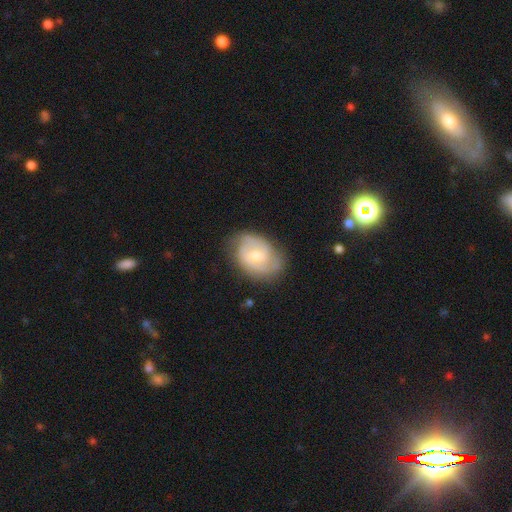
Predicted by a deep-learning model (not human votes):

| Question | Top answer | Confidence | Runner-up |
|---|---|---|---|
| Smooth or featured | featured or disk | 73% | smooth (22%) |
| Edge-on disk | no | 97% | yes (3%) |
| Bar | weak | 51% | no (40%) |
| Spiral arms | yes | 91% | no (9%) |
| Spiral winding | medium | 45% | tight (41%) |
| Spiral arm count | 2 | 65% | can't tell (18%) |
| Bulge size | moderate | 50% | small (43%) |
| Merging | none | 71% | minor disturbance (21%) |